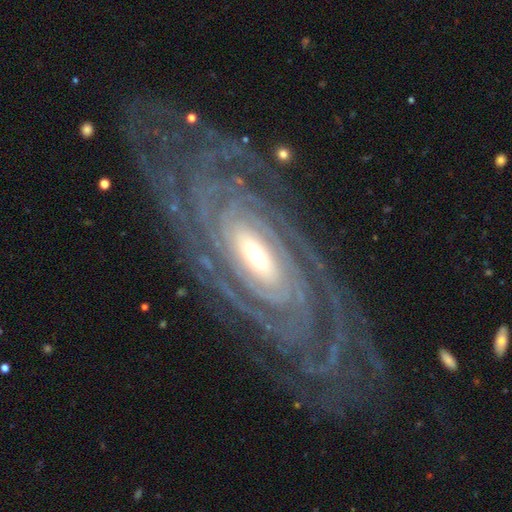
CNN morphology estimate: The model was most divided on "spiral arm count" (2-way tie): can't tell: 21%, 4: 21%, more than 4: 20%, 3: 15%, 2: 15%, 1: 8%. Remaining: spiral arms — yes (98%); edge-on disk — no (93%); smooth or featured — featured or disk (92%); spiral winding — tight (84%); merging — none (77%); bulge size — moderate (52%); bar — no (43%).